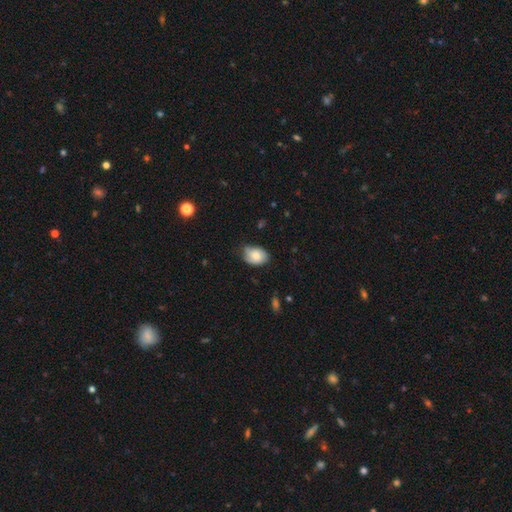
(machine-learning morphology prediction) Smooth or featured? Predicted: smooth (p=0.69). How rounded? Predicted: in between (p=0.76). Merging? Predicted: none (p=0.55).